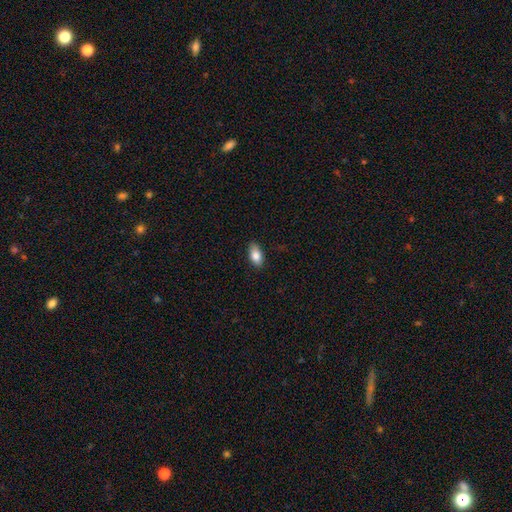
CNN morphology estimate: type=smooth (84%); roundness=in between (89%); merging=none (85%).